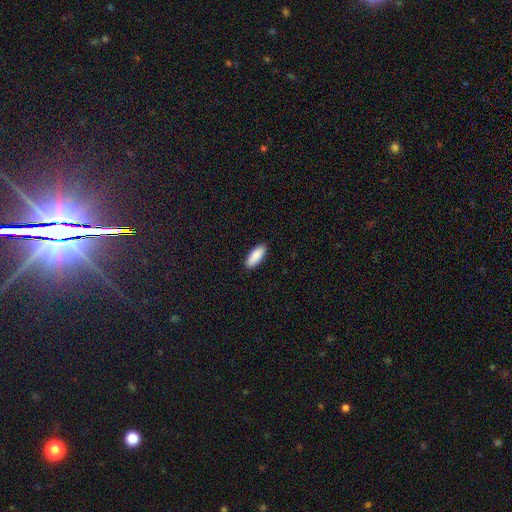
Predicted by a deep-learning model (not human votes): Q: Smooth or featured?
A: smooth (89%); runner-up: featured or disk (5%)
Q: How rounded?
A: in between (74%); runner-up: cigar-shaped (25%)
Q: Merging?
A: none (91%); runner-up: minor disturbance (7%)